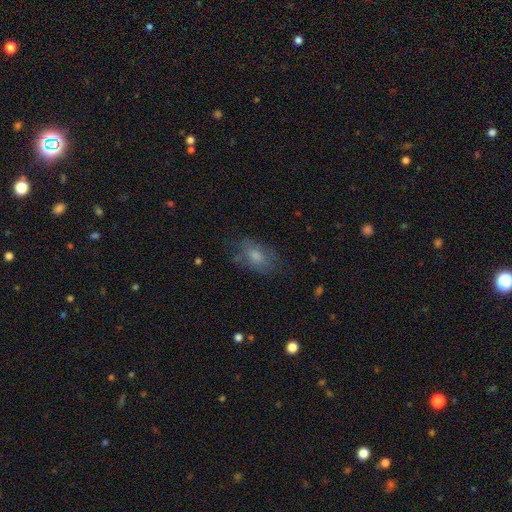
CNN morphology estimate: Q: Smooth or featured?
A: smooth (57%); runner-up: featured or disk (28%)
Q: How rounded?
A: in between (84%); runner-up: round (12%)
Q: Merging?
A: none (68%); runner-up: minor disturbance (20%)